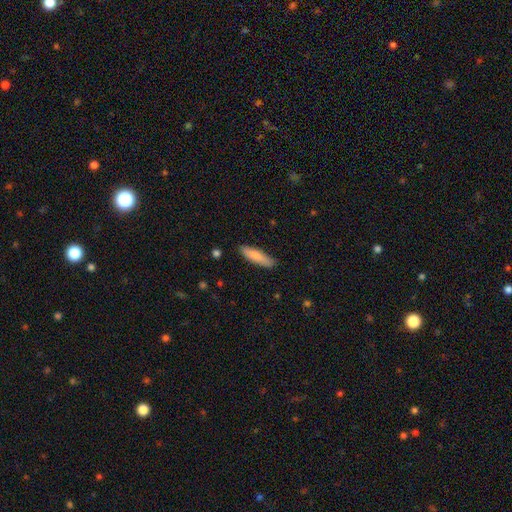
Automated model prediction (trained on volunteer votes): A smooth galaxy with no disk features (82%) that is cigar-shaped (73%). Merging: none (86%).